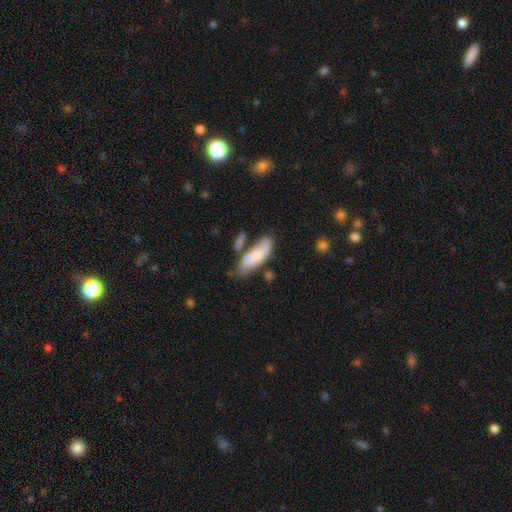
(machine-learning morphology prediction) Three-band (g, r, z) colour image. It shows a smooth galaxy with no disk features (72%) that is in between round and cigar-shaped (65%). Merging: none (53%).